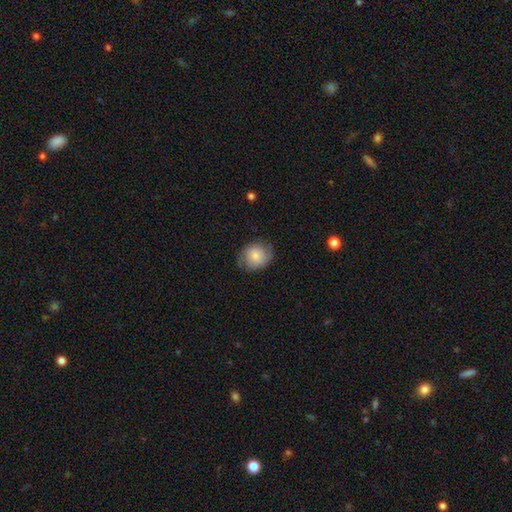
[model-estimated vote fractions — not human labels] A smooth galaxy with no disk features (62%) that is round (70%).

Vote fractions:
- Smooth or featured? smooth: 62% / featured or disk: 30% / star or artifact: 8%
- How rounded? round: 70% / in between: 29% / cigar-shaped: 1%
- Merging? none: 70% / minor disturbance: 21% / major disturbance: 8% / merger: 1%